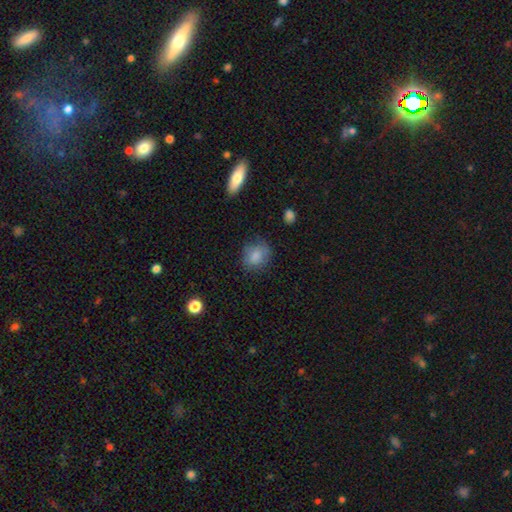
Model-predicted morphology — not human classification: Smooth or featured? Predicted: smooth (p=0.82). How rounded? Predicted: round (p=0.62). Merging? Predicted: none (p=0.72).